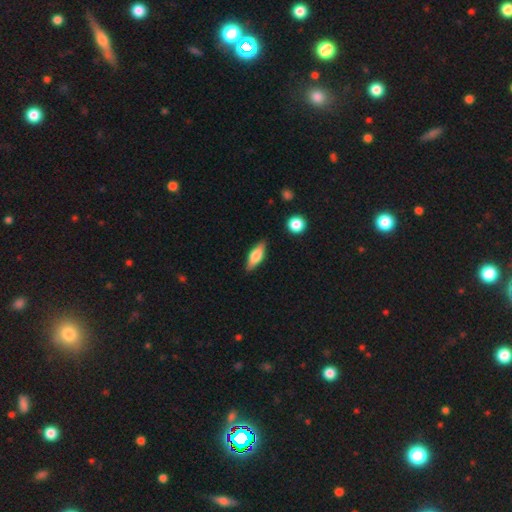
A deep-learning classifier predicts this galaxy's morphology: The model was most divided on "smooth or featured": smooth: 65%, featured or disk: 29%, star or artifact: 6%. More confident: merging — none (85%); how rounded — in between (67%).